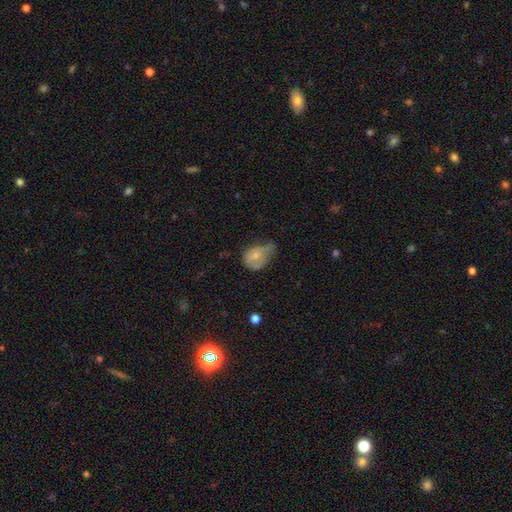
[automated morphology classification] This appears to be a smooth galaxy with no disk features (66%) that is in between round and cigar-shaped (67%). Merging: minor disturbance (41%).